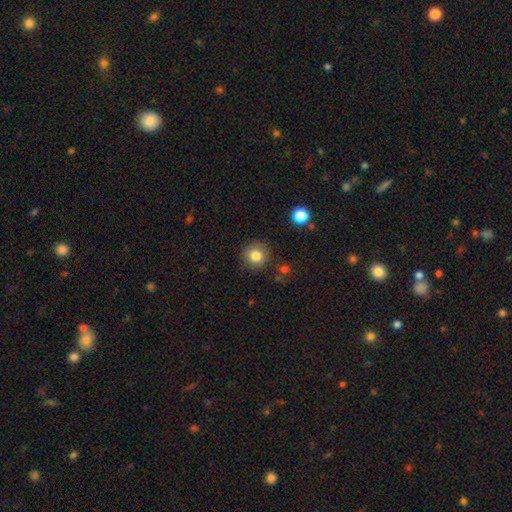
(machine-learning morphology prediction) The model was most divided on "smooth or featured": smooth: 82%, star or artifact: 11%, featured or disk: 7%. More confident: how rounded — round (92%); merging — none (87%).